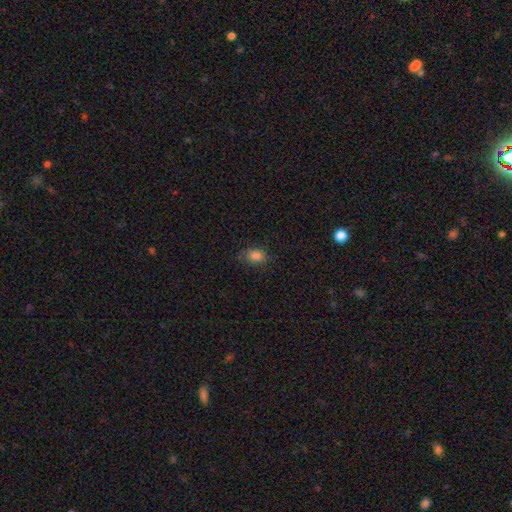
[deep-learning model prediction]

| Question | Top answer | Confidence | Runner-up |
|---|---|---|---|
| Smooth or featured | smooth | 82% | star or artifact (12%) |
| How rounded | in between | 70% | round (29%) |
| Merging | none | 72% | minor disturbance (21%) |